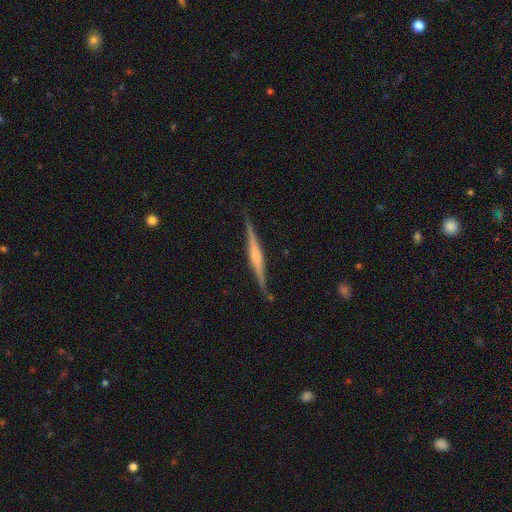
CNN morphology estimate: Q: Smooth or featured?
A: featured or disk (74%); runner-up: smooth (20%)
Q: Edge-on disk?
A: yes (98%); runner-up: no (2%)
Q: Edge-on bulge?
A: rounded (64%); runner-up: boxy (21%)
Q: Merging?
A: none (87%); runner-up: minor disturbance (9%)